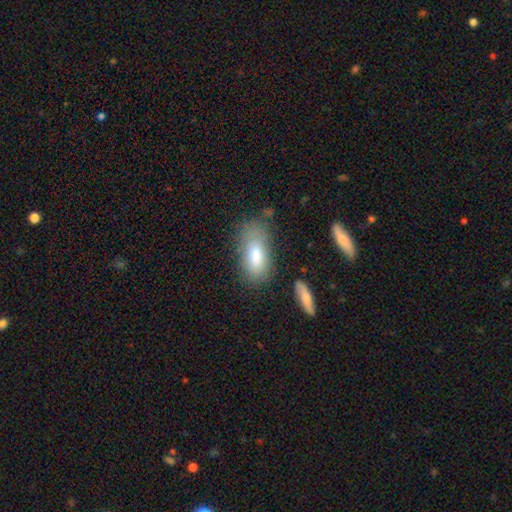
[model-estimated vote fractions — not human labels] Smooth or featured: smooth — 79% (featured or disk — 14%)
How rounded: in between — 87% (cigar-shaped — 10%)
Merging: none — 65% (minor disturbance — 21%)